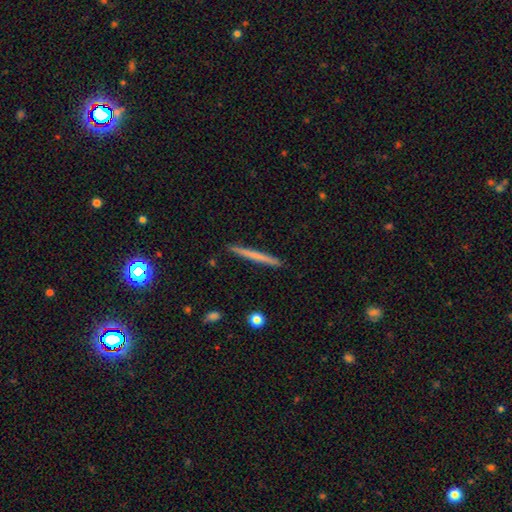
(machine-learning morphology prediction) The model was most divided on "smooth or featured": smooth: 58%, featured or disk: 36%, star or artifact: 6%. More confident: how rounded — cigar-shaped (97%); merging — none (92%).